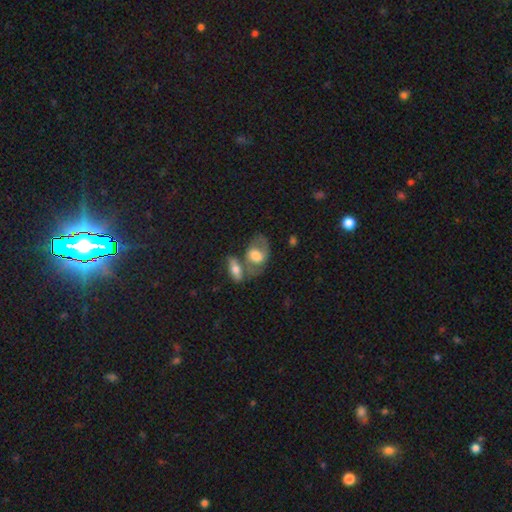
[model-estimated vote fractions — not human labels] A smooth galaxy with no disk features (50%) that is in between round and cigar-shaped (81%). Merging: merger (41%).